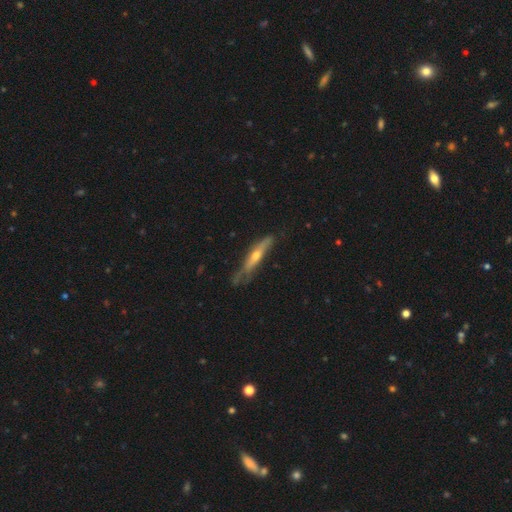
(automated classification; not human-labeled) The model was most divided on "smooth or featured": featured or disk: 60%, smooth: 34%, star or artifact: 6%. More confident: edge-on disk — yes (87%); edge-on bulge — rounded (82%); merging — none (62%).